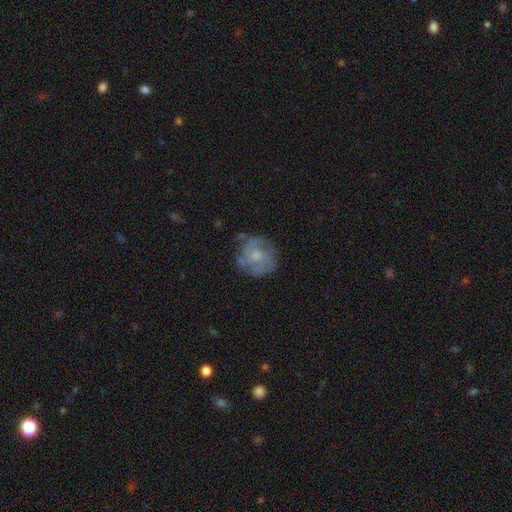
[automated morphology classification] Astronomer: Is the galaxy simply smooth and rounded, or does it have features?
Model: featured or disk — 55% (runner-up: smooth, 36%).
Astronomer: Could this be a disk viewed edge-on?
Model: no — 97%.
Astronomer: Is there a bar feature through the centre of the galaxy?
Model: no — 82%.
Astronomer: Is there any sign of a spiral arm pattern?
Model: yes — 59% (runner-up: no, 41%).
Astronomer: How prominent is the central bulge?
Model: moderate — 52% (runner-up: small, 35%).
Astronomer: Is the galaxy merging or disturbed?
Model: none — 68%.